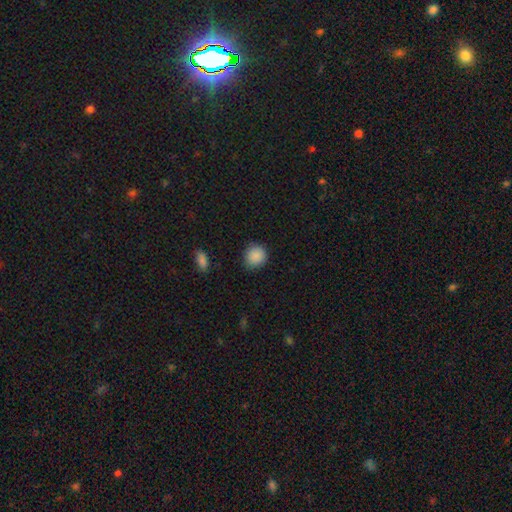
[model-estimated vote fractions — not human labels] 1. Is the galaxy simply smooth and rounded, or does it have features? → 89% smooth, 8% star or artifact, 3% featured or disk.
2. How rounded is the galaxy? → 87% round, 12% in between, 1% cigar-shaped.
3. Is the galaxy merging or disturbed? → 87% none, 9% minor disturbance, 2% major disturbance, 1% merger.